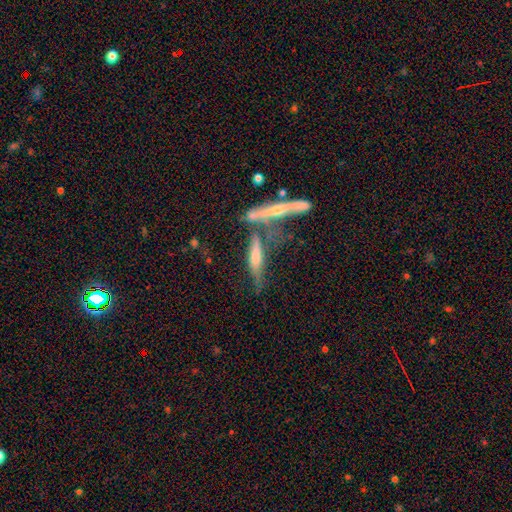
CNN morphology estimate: This appears to be a featured or disk galaxy (59%) viewed edge-on (86%) with a rounded central bulge (69%). Merging: merger (40%).